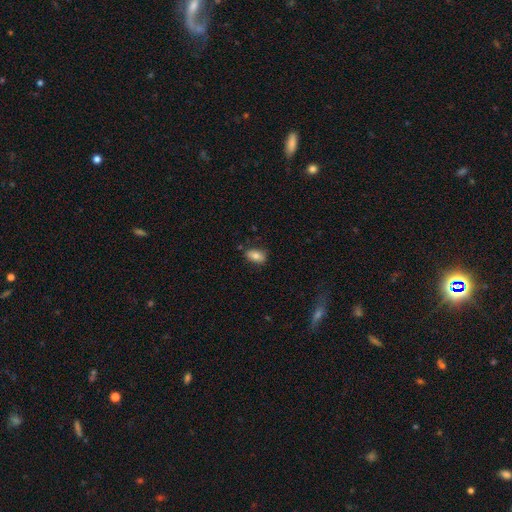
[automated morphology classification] Smooth or featured? Predicted: smooth (p=0.78). How rounded? Predicted: in between (p=0.88). Merging? Predicted: none (p=0.78).